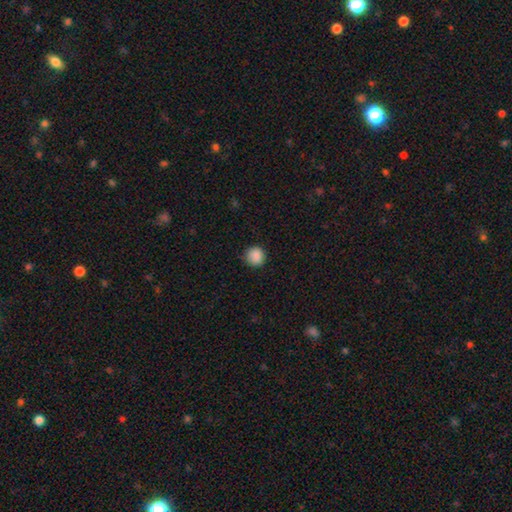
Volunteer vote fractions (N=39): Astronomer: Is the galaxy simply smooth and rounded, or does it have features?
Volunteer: smooth — 97%.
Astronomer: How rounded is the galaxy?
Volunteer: round — 100%.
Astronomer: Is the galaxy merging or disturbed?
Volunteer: none — 74%.